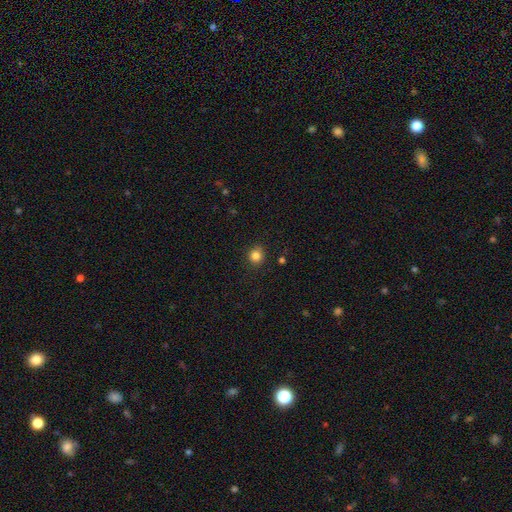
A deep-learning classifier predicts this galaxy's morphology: Smooth or featured? smooth (84%)
How rounded? round (87%)
Merging? none (89%)